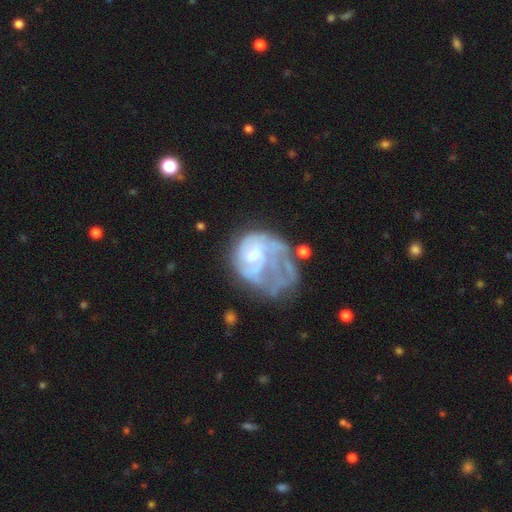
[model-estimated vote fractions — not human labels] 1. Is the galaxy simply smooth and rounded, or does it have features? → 71% featured or disk, 20% smooth, 9% star or artifact.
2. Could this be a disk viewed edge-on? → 98% no, 2% yes.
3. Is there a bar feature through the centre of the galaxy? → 61% no, 33% weak, 6% strong.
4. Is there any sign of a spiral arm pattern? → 62% yes, 38% no.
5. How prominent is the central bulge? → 46% small, 30% moderate, 19% none, 3% large, 1% dominant.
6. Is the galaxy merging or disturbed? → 46% major disturbance, 24% none, 21% minor disturbance, 9% merger.